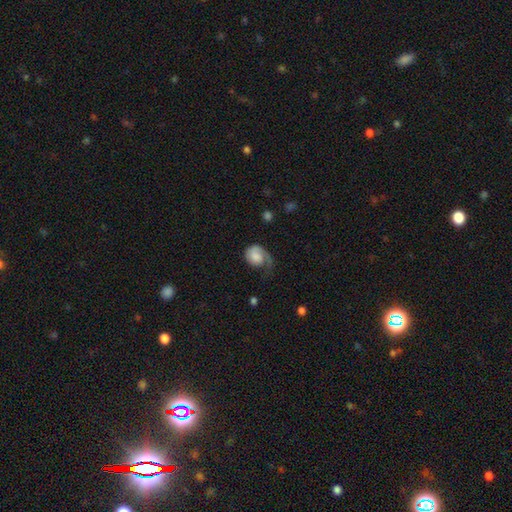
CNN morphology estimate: This appears to be a featured or disk galaxy (49%). Merging: major disturbance (38%).